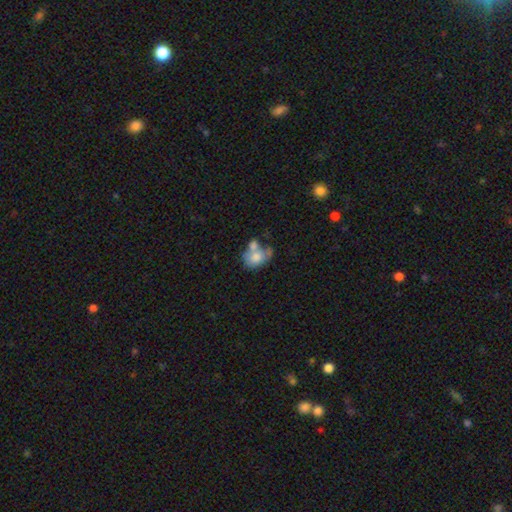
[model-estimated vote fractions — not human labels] Q: Smooth or featured?
A: smooth (68%); runner-up: featured or disk (24%)
Q: How rounded?
A: in between (68%); runner-up: round (30%)
Q: Merging?
A: merger (48%); runner-up: none (25%)